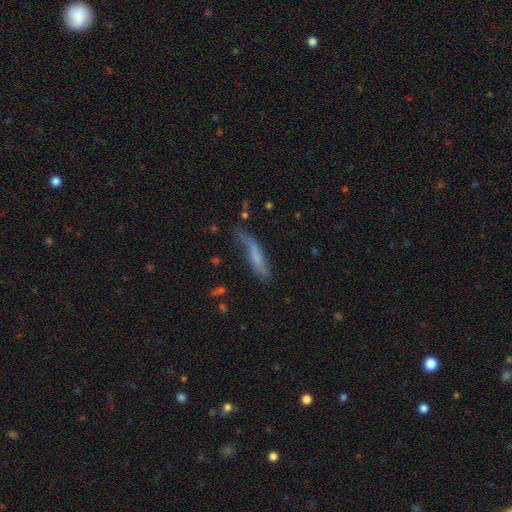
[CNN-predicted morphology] Smooth or featured: smooth — 57% (featured or disk — 35%)
How rounded: cigar-shaped — 81% (in between — 17%)
Merging: none — 44% (minor disturbance — 32%)